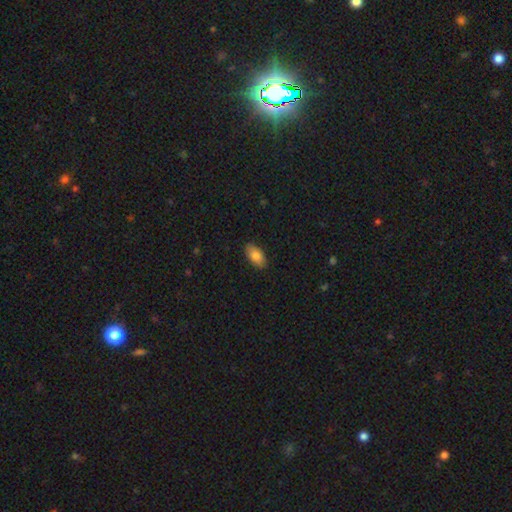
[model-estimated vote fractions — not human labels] Overall: smooth (83%). How rounded: in between (93%). Merging: none (88%).